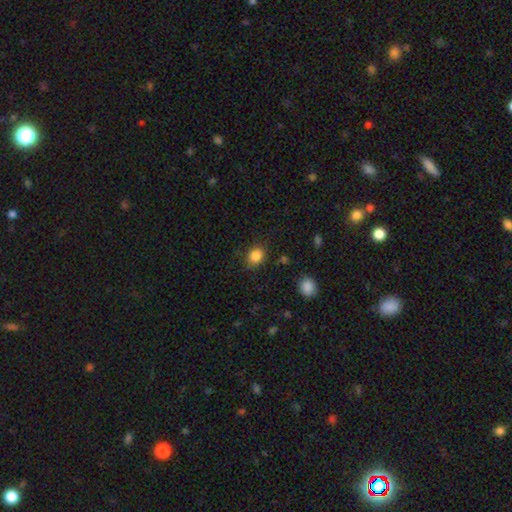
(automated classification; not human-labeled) This appears to be a smooth galaxy with no disk features (85%) that is round (64%). Merging: none (82%).